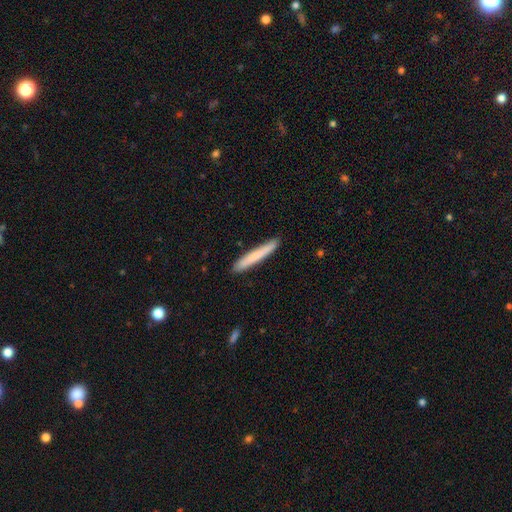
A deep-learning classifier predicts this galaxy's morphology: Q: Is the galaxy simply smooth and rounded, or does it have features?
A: smooth — 73%.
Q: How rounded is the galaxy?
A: cigar-shaped — 96%.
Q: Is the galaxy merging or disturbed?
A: none — 89%.